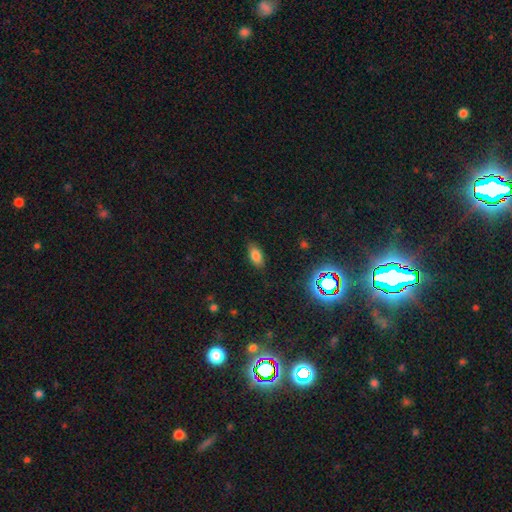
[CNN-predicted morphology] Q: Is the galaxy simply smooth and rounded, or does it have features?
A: smooth — 77%.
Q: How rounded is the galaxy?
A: in between — 88%.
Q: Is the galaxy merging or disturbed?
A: none — 83%.